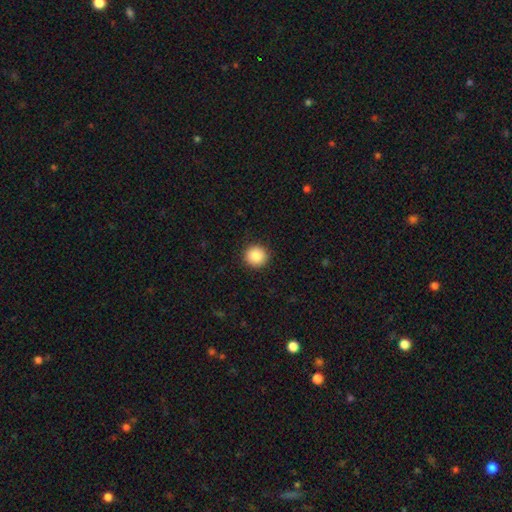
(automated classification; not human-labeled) Smooth or featured?
  - smooth: 88% *
  - star or artifact: 8%
  - featured or disk: 4%
How rounded?
  - round: 94% *
  - in between: 5%
  - cigar-shaped: 1%
Merging?
  - none: 92% *
  - minor disturbance: 5%
  - major disturbance: 2%
  - merger: 1%